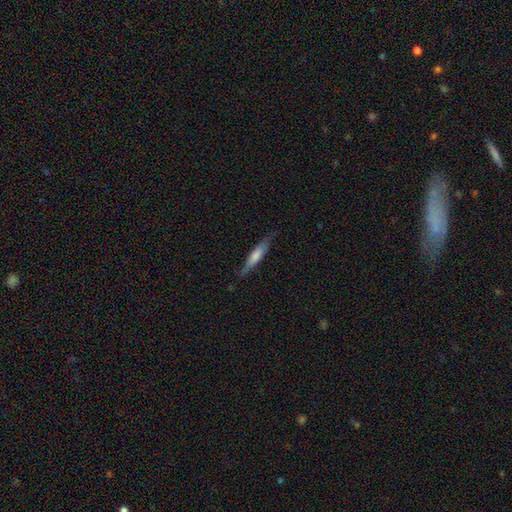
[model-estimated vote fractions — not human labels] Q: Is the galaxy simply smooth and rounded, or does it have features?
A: smooth — 60%.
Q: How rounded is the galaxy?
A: cigar-shaped — 81%.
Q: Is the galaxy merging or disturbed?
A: none — 75%.